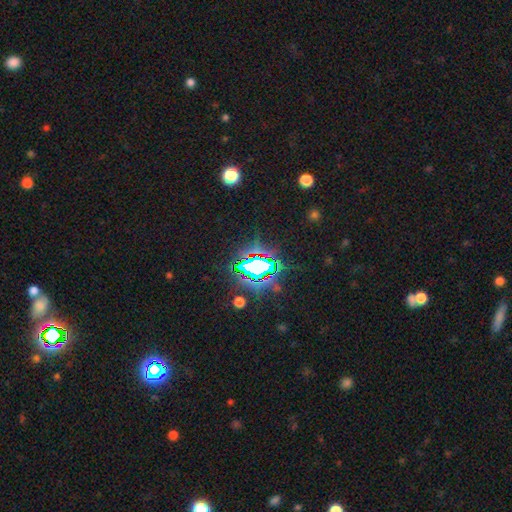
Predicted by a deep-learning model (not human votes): Q: Smooth or featured?
A: star or artifact (82%); runner-up: smooth (11%)